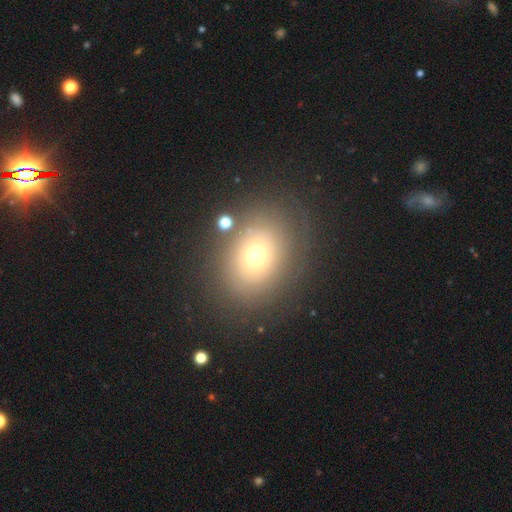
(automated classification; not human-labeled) Overall: smooth (61%; featured or disk 23%). How rounded: in between (52%; round 47%). Merging: none (81%).